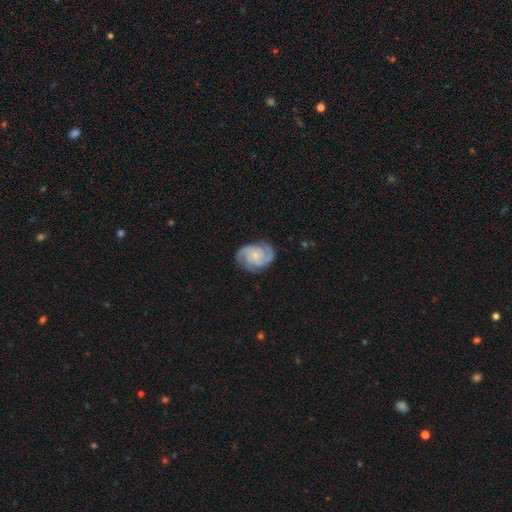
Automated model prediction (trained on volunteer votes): Morphology: type=featured or disk (87%); edge-on=no (98%); bar=no (68%); spiral arms=yes (98%); winding=tight (47%); arm count=2 (44%); bulge=small (58%); merging=none (79%).